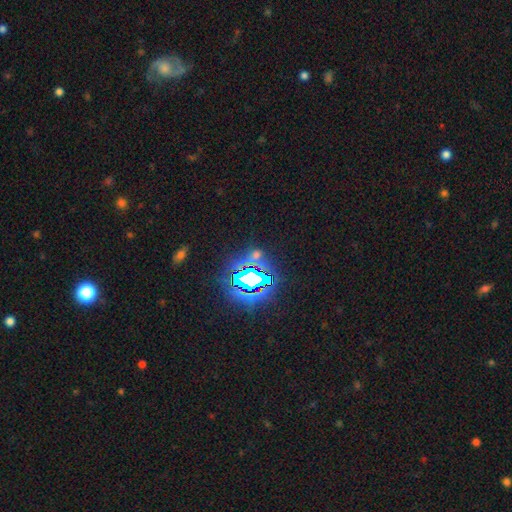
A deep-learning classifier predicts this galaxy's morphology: Smooth or featured? star or artifact (68%)